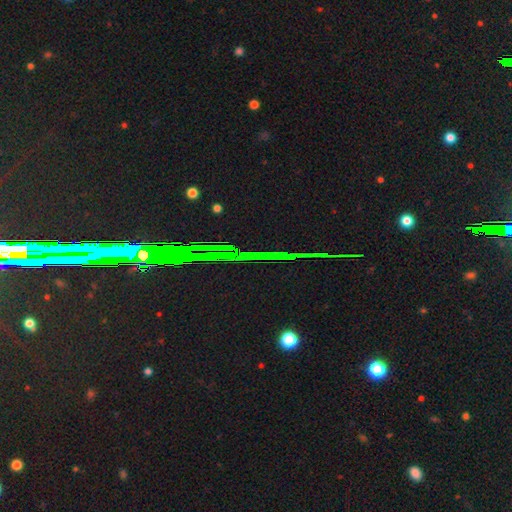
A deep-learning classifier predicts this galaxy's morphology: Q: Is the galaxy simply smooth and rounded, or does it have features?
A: star or artifact — 76%.